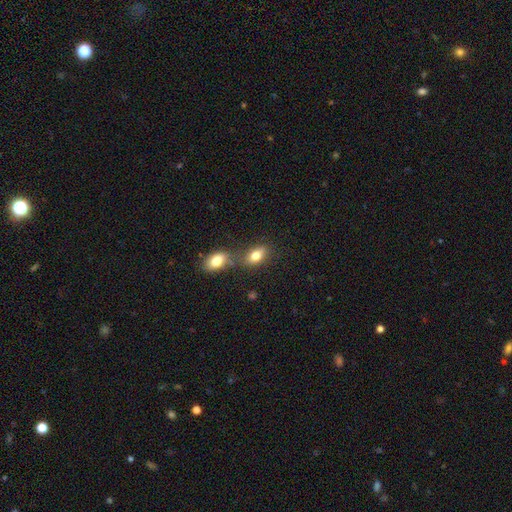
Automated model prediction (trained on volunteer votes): This is likely a smooth galaxy (80%). How rounded: clearly in between (87%). Merging: possibly none (50%).